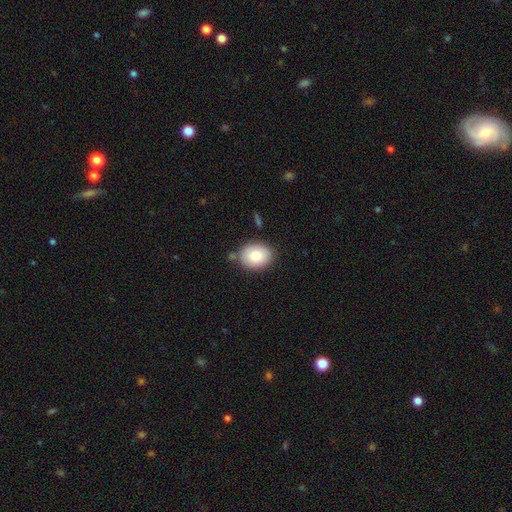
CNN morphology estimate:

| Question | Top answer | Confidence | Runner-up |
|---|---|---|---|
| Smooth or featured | smooth | 84% | featured or disk (9%) |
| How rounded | in between | 61% | round (38%) |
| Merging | none | 77% | minor disturbance (15%) |